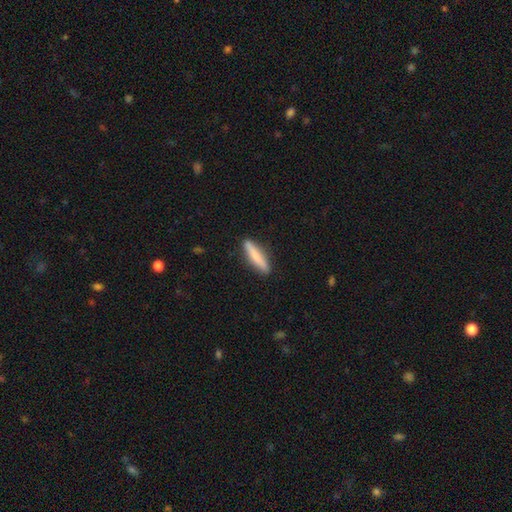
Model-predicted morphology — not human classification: smooth_or_featured: smooth (p=0.76) [alt: featured or disk p=0.19]
how_rounded: cigar-shaped (p=0.88) [alt: in between p=0.10]
merging: none (p=0.89) [alt: minor disturbance p=0.08]